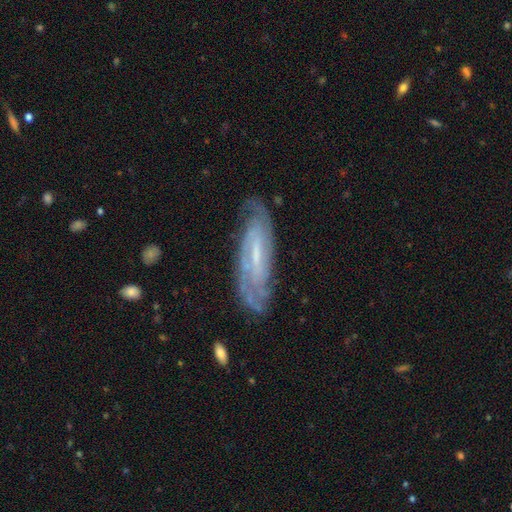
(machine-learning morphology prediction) smooth_or_featured: featured or disk (p=0.81) [alt: smooth p=0.12]
disk_edge_on: no (p=0.81) [alt: yes p=0.19]
bar: weak (p=0.44) [alt: strong p=0.35]
has_spiral_arms: yes (p=0.94) [alt: no p=0.06]
spiral_winding: tight (p=0.62) [alt: medium p=0.31]
spiral_arm_count: 2 (p=0.40) [alt: can't tell p=0.35]
bulge_size: small (p=0.61) [alt: moderate p=0.22]
merging: none (p=0.77) [alt: minor disturbance p=0.16]